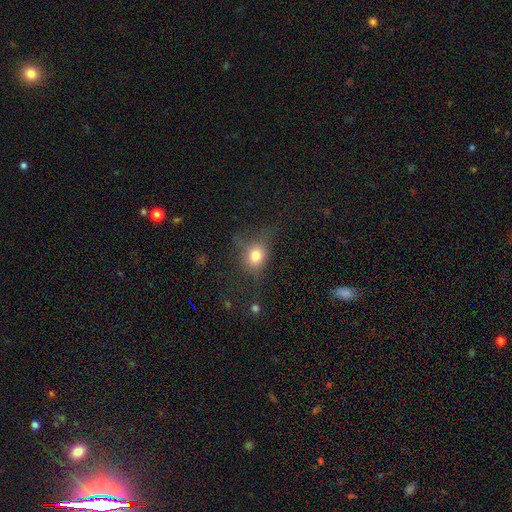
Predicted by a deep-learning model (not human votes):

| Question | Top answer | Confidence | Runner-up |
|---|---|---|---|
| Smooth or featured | smooth | 74% | star or artifact (14%) |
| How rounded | round | 56% | in between (42%) |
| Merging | none | 51% | minor disturbance (26%) |